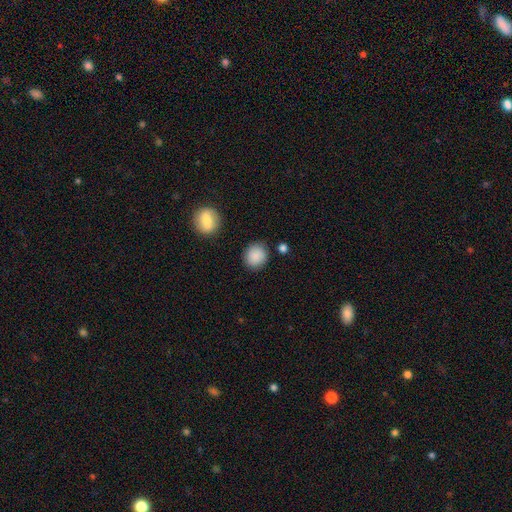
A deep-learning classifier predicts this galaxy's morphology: This appears to be a smooth galaxy with no disk features (88%) that is round (80%). Merging: none (83%).